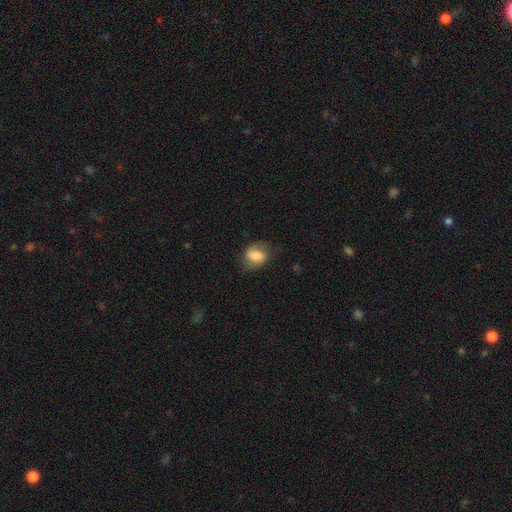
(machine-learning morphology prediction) A smooth galaxy with no disk features (60%) that is in between round and cigar-shaped (64%).

Vote fractions:
- Smooth or featured? smooth: 60% / featured or disk: 32% / star or artifact: 8%
- How rounded? in between: 64% / round: 35% / cigar-shaped: 1%
- Merging? none: 61% / minor disturbance: 27% / major disturbance: 11% / merger: 1%